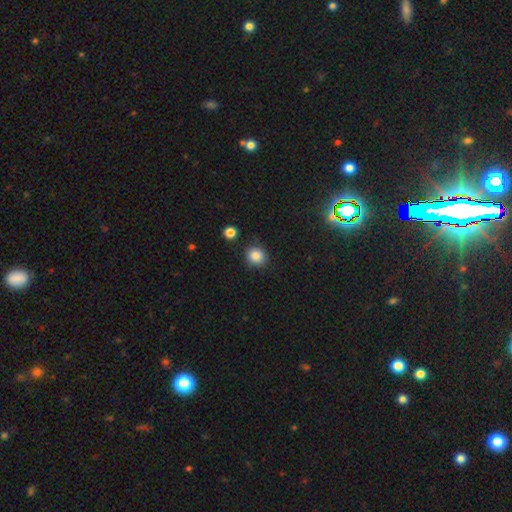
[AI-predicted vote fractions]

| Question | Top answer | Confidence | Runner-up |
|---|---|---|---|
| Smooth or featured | smooth | 86% | star or artifact (10%) |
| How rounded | round | 87% | in between (12%) |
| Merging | none | 85% | minor disturbance (9%) |